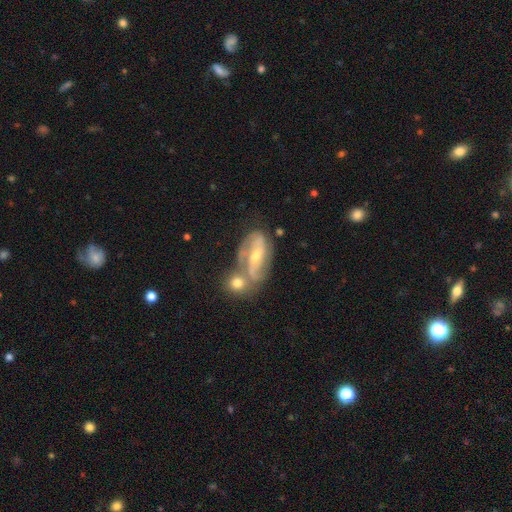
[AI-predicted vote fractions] A featured or disk galaxy (79%) with a weak bar (37%), 2 (78%) medium (44%) spiral arms (90%) and a small central bulge (53%).

Vote fractions:
- Smooth or featured? featured or disk: 79% / smooth: 14% / star or artifact: 7%
- Edge-on disk? no: 92% / yes: 8%
- Bar? weak: 37% / strong: 36% / no: 26%
- Spiral arms? yes: 90% / no: 10%
- Spiral winding? medium: 44% / loose: 28% / tight: 28%
- Spiral arm count? 2: 78% / can't tell: 12% / 3: 4% / 1: 3% / 4: 1% / more than 4: 1%
- Bulge size? small: 53% / moderate: 43% / large: 2% / none: 1% / dominant: 1%
- Merging? none: 47% / merger: 29% / minor disturbance: 16% / major disturbance: 8%